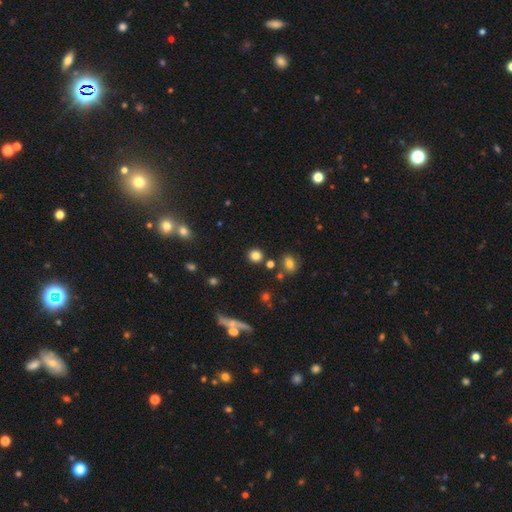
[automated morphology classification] The model was most divided on "smooth or featured": smooth: 80%, star or artifact: 14%, featured or disk: 6%. More confident: how rounded — round (88%); merging — none (85%).